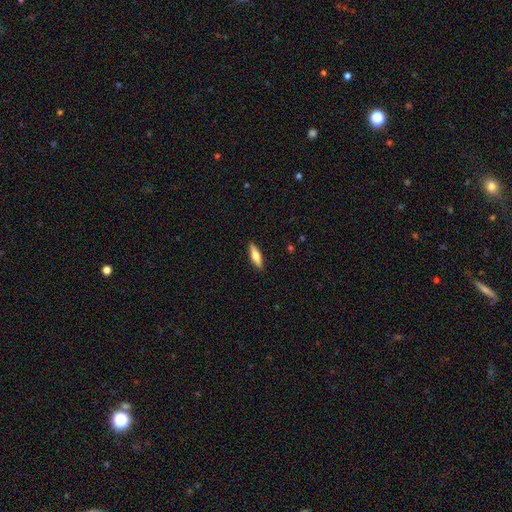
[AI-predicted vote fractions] A smooth galaxy with no disk features (56%) that is cigar-shaped (63%). Merging: none (90%).